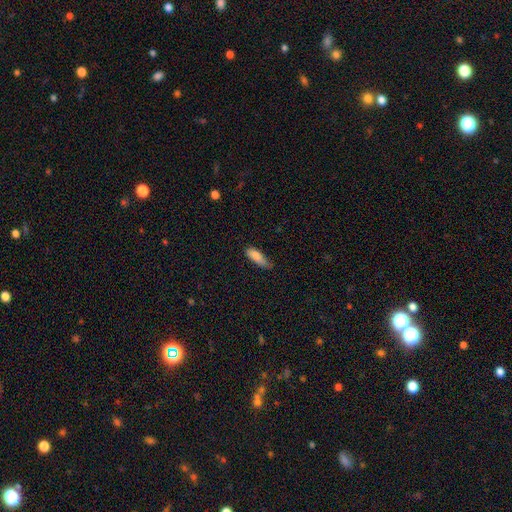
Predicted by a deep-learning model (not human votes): Smooth or featured? smooth (81%)
How rounded? in between (60%)
Merging? none (52%)